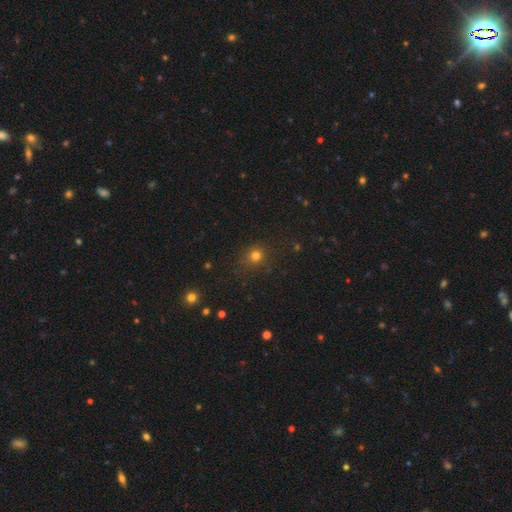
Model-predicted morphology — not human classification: smooth_or_featured: smooth (p=0.74) [alt: star or artifact p=0.20]
how_rounded: round (p=0.86) [alt: in between p=0.13]
merging: none (p=0.83) [alt: minor disturbance p=0.11]